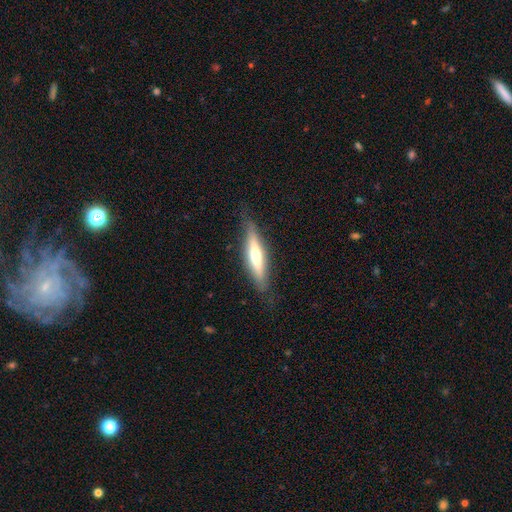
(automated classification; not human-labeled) Overall: featured or disk (50%; smooth 44%). Merging: none (83%).